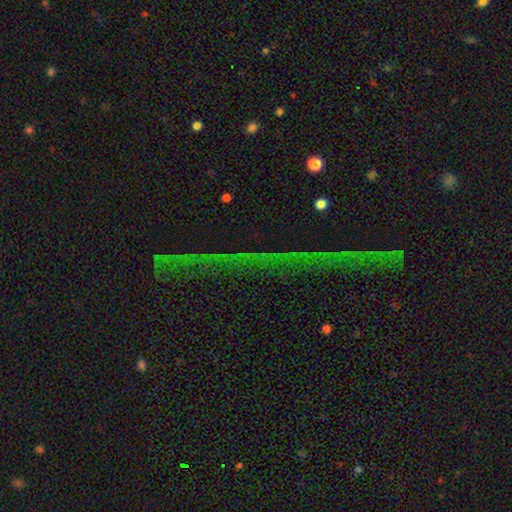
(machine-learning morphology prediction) Smooth or featured: star or artifact — 74% (featured or disk — 14%)